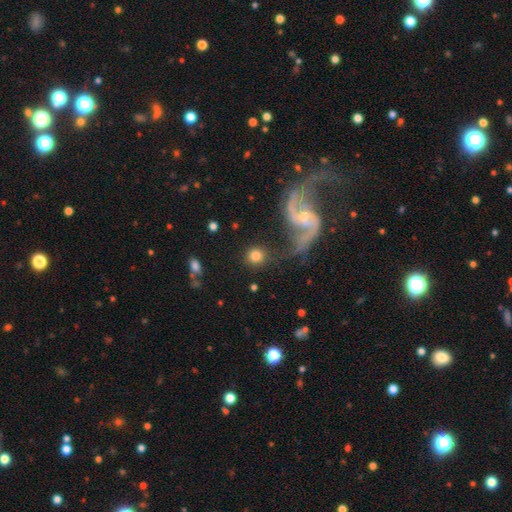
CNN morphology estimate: A smooth galaxy with no disk features (74%) that is round (90%).

Vote fractions:
- Smooth or featured? smooth: 74% / featured or disk: 17% / star or artifact: 8%
- How rounded? round: 90% / in between: 8% / cigar-shaped: 1%
- Merging? none: 75% / minor disturbance: 10% / merger: 8% / major disturbance: 6%